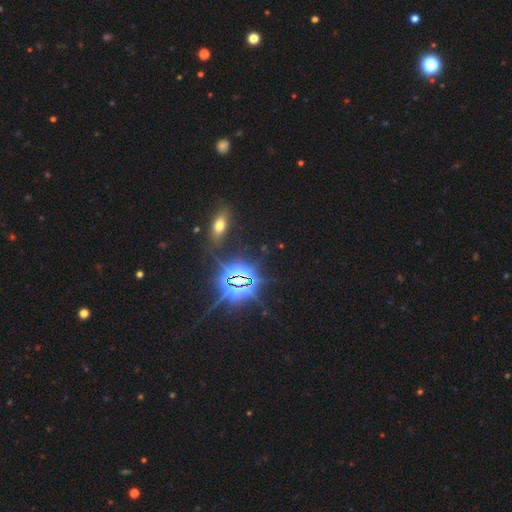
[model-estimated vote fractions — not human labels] Overall: star or artifact (78%).